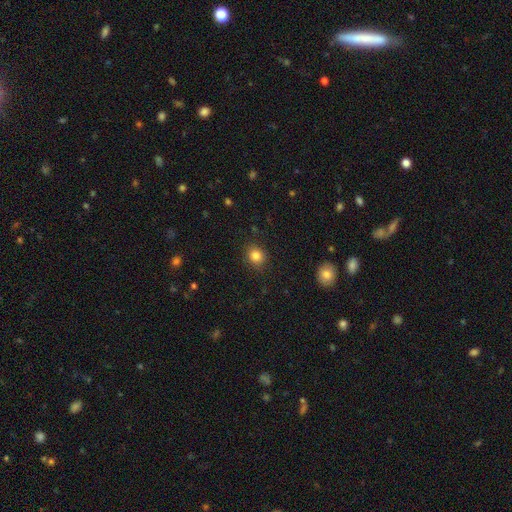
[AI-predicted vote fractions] smooth 83%, star or artifact 11%, featured or disk 5%. Down the decision tree: how rounded — round (78%); merging — none (88%).